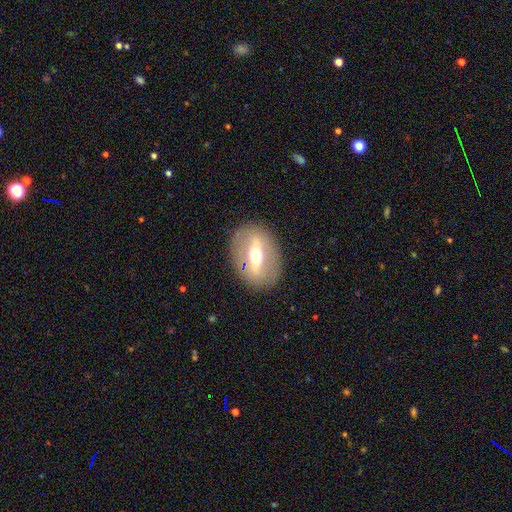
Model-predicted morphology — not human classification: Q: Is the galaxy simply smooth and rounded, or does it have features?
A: featured or disk — 66%.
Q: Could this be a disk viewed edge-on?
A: no — 63%.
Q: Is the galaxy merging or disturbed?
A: none — 85%.